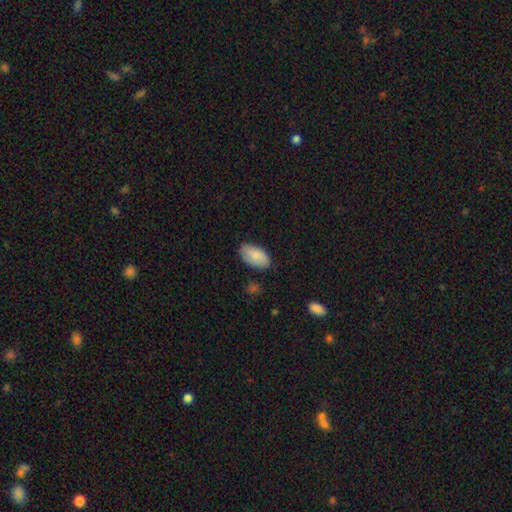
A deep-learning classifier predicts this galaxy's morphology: The model was most divided on "merging": none: 79%, minor disturbance: 16%, major disturbance: 3%, merger: 2%. More confident: how rounded — in between (95%); smooth or featured — smooth (84%).